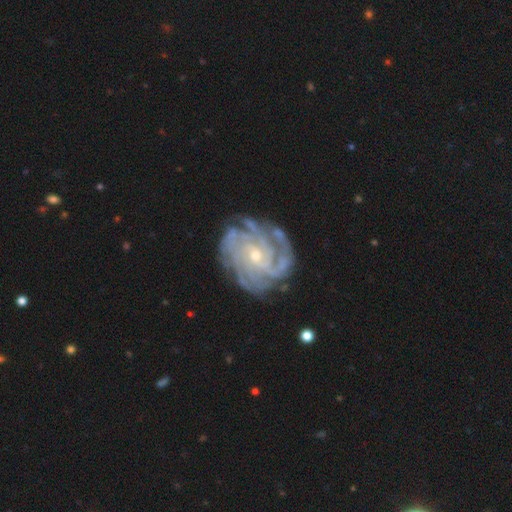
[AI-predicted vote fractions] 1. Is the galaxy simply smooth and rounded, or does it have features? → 90% featured or disk, 6% star or artifact, 4% smooth.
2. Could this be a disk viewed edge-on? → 98% no, 2% yes.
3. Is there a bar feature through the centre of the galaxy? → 65% no, 28% weak, 7% strong.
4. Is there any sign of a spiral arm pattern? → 98% yes, 2% no.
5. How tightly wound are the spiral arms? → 75% tight, 22% medium, 4% loose.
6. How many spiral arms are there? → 26% 4, 24% more than 4, 22% can't tell, 12% 3, 9% 2, 7% 1.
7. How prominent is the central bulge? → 67% small, 29% moderate, 1% large, 1% none, 1% dominant.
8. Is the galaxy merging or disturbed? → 77% none, 16% minor disturbance, 6% major disturbance, 2% merger.